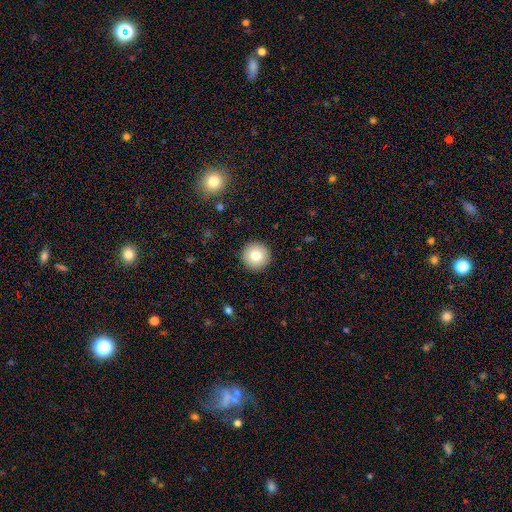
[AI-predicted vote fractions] This is likely a smooth galaxy (79%). How rounded: clearly round (96%). Merging: clearly none (93%).